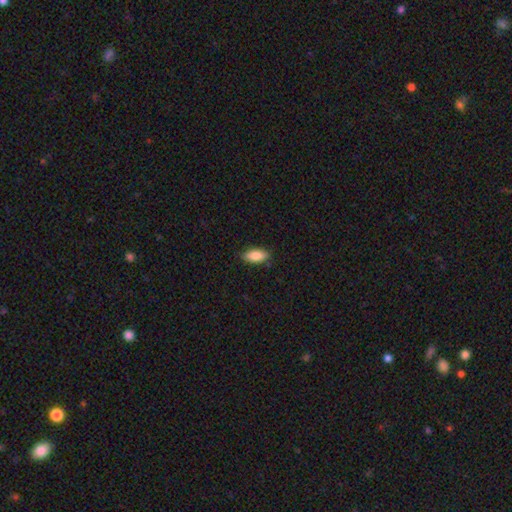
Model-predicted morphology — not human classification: smooth 84%, featured or disk 10%, star or artifact 6%. Down the decision tree: how rounded — in between (82%); merging — none (86%).